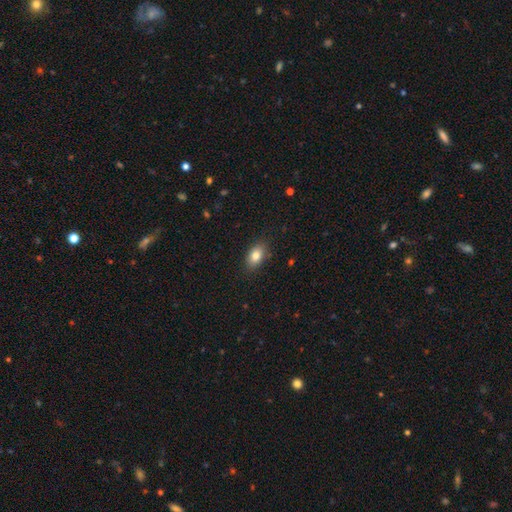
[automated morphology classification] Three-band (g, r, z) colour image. It shows a smooth galaxy with no disk features (83%) that is in between round and cigar-shaped (87%). Merging: none (86%).